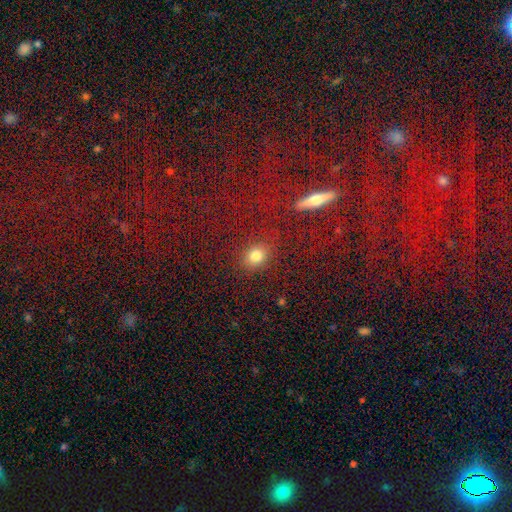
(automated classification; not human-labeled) smooth-or-featured: smooth: 76% | star or artifact: 16% | featured or disk: 8%
  how-rounded: round: 49% | in between: 48% | cigar-shaped: 3%
  merging: none: 84% | minor disturbance: 10% | major disturbance: 4% | merger: 3%